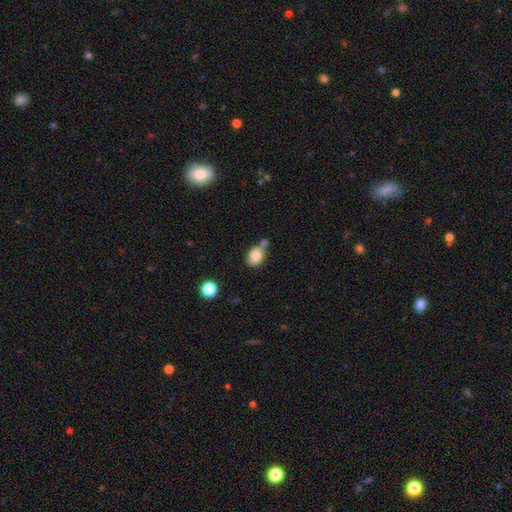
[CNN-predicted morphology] Q: Smooth or featured?
A: smooth (80%); runner-up: featured or disk (10%)
Q: How rounded?
A: in between (60%); runner-up: round (39%)
Q: Merging?
A: none (44%); runner-up: merger (29%)